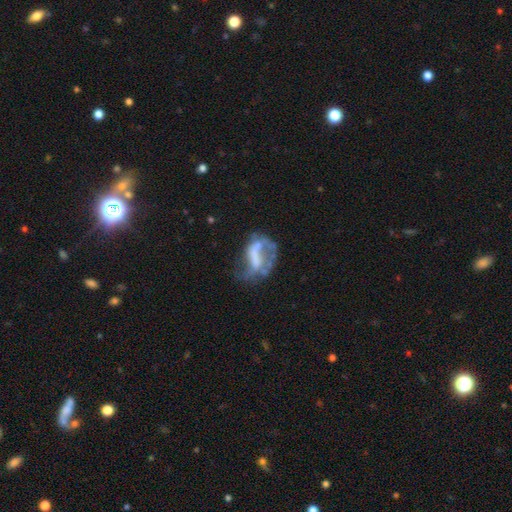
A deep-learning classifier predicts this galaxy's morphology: This appears to be a featured or disk galaxy (61%) with no bar (53%), no spiral arms (58%) and no central bulge (56%). Merging: major disturbance (42%).